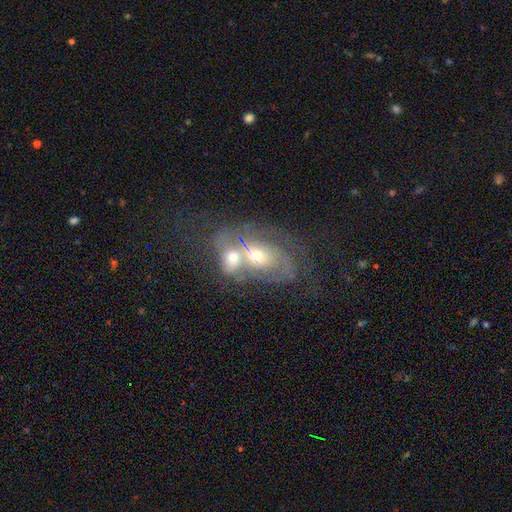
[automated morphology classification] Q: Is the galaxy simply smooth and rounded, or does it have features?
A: featured or disk — 63%.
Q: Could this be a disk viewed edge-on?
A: no — 94%.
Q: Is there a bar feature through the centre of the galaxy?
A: no — 74%.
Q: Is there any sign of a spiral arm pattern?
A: yes — 59%.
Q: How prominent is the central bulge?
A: moderate — 59%.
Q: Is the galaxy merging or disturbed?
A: merger — 73%.